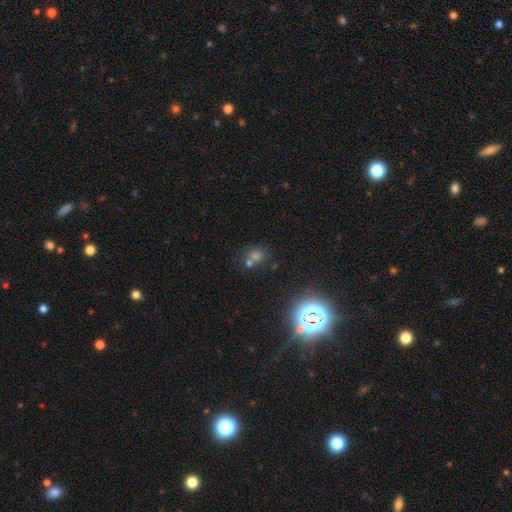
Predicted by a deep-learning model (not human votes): Morphology: type=smooth (46%); merging=none (54%).